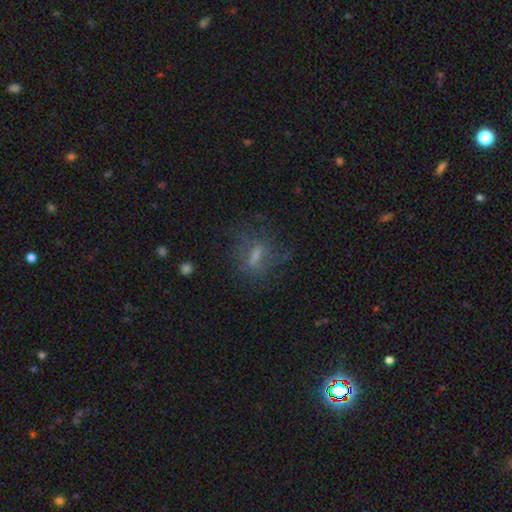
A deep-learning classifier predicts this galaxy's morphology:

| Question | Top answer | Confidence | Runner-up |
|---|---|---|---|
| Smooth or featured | smooth | 45% | featured or disk (38%) |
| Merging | none | 62% | minor disturbance (18%) |